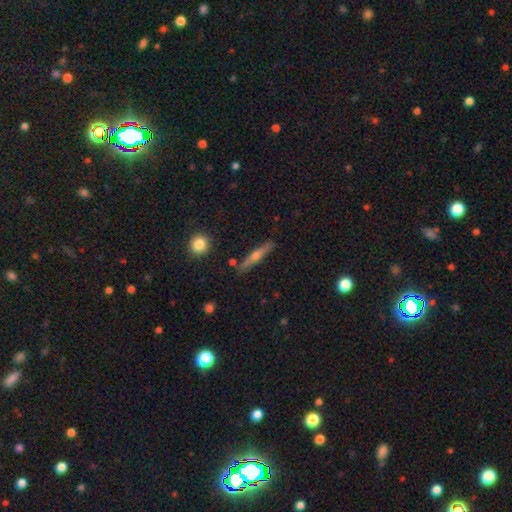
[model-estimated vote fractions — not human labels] Smooth or featured? Predicted: featured or disk (p=0.62). Edge-on disk? Predicted: yes (p=0.96). Edge-on bulge? Predicted: rounded (p=0.88). Merging? Predicted: none (p=0.88).